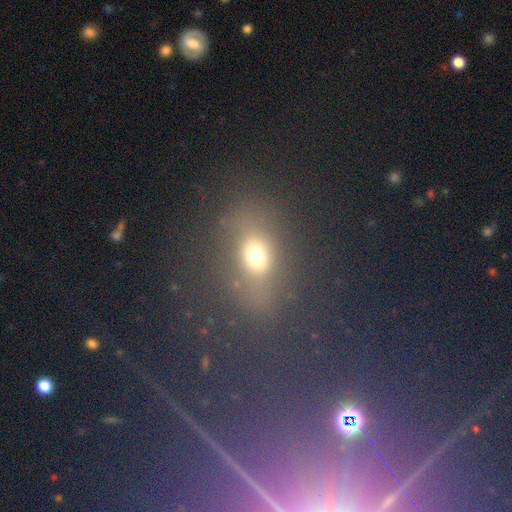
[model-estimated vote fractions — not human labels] A smooth galaxy with no disk features (66%) that is in between round and cigar-shaped (61%). Merging: none (65%).